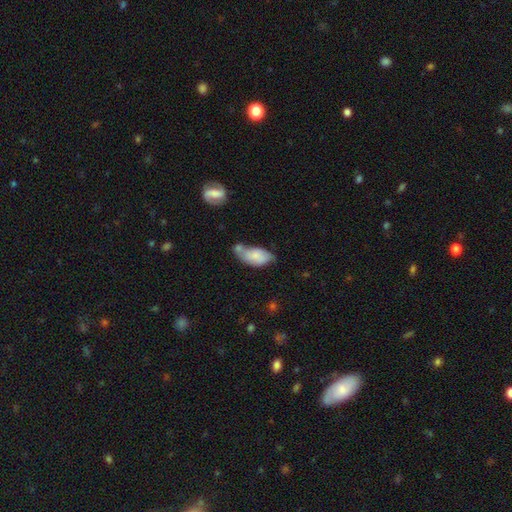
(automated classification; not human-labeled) A smooth galaxy with no disk features (71%) that is in between round and cigar-shaped (91%). Merging: merger (33%).